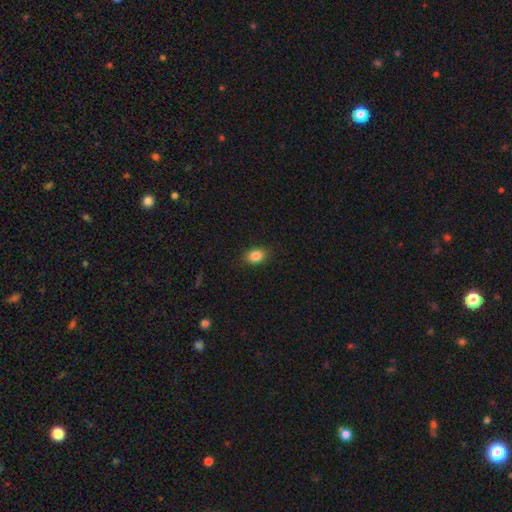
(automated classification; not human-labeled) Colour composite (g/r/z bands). It shows a smooth galaxy with no disk features (85%) that is in between round and cigar-shaped (72%). Merging: none (87%).